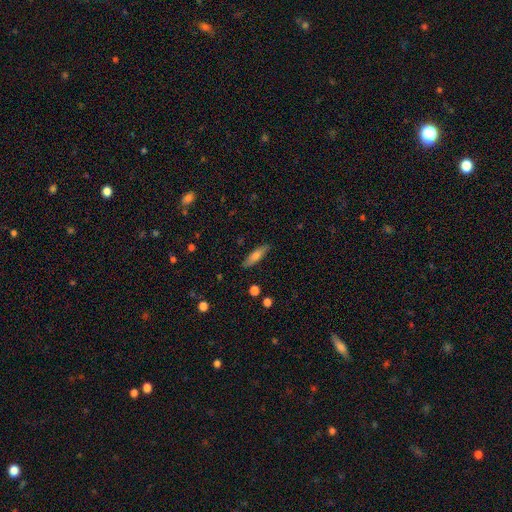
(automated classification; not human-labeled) The model was most divided on "how rounded": cigar-shaped: 69%, in between: 29%, round: 2%. More confident: merging — none (87%); smooth or featured — smooth (68%).